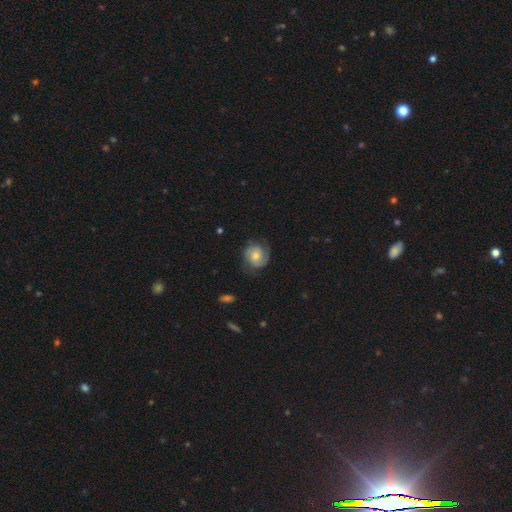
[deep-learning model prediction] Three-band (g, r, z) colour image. It shows a featured or disk galaxy (62%) with no bar (72%), 2 (70%) tight (51%) spiral arms (91%) and a moderate central bulge (57%). Merging: none (73%).